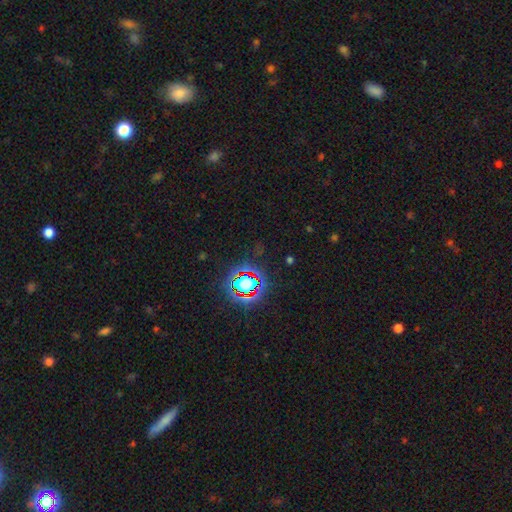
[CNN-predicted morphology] The model was most divided on "smooth or featured": star or artifact: 79%, smooth: 13%, featured or disk: 8%.